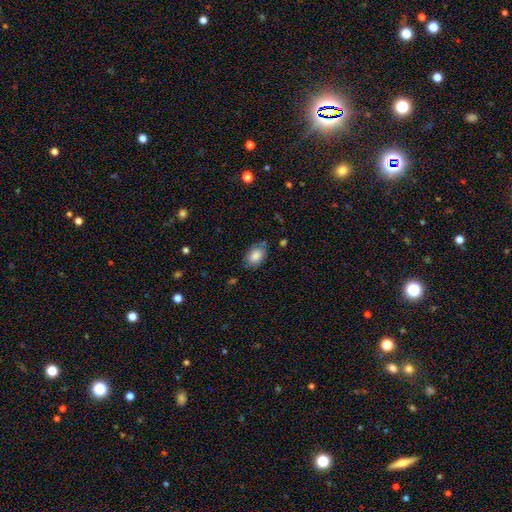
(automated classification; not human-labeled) smooth 83%, featured or disk 10%, star or artifact 7%. Down the decision tree: how rounded — in between (88%); merging — none (71%).